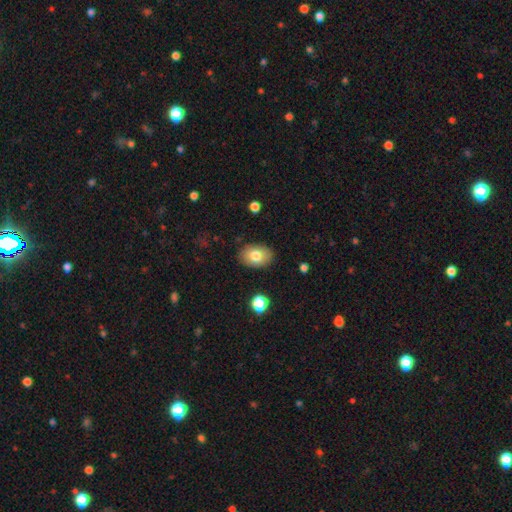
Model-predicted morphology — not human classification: This is likely a smooth galaxy (79%). How rounded: clearly in between (82%). Merging: clearly none (86%).